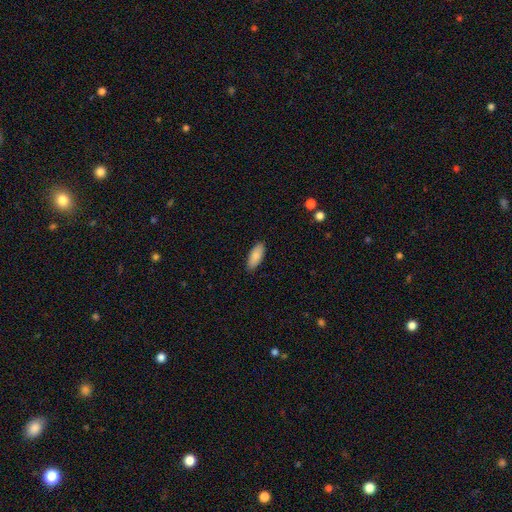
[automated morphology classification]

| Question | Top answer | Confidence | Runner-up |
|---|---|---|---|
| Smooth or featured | smooth | 85% | featured or disk (8%) |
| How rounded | in between | 79% | cigar-shaped (19%) |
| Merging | none | 89% | minor disturbance (9%) |